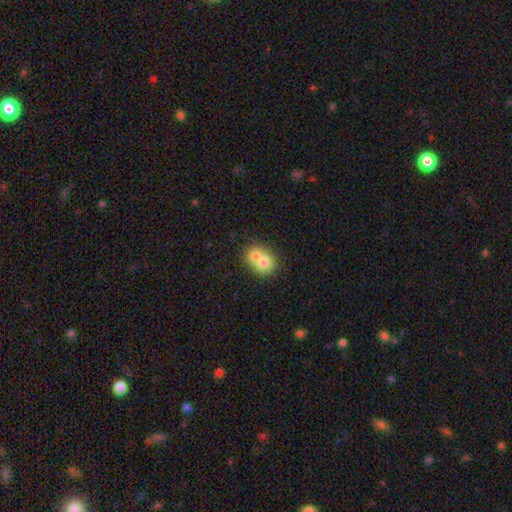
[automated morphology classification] Smooth or featured? smooth (70%)
How rounded? round (63%)
Merging? merger (64%)